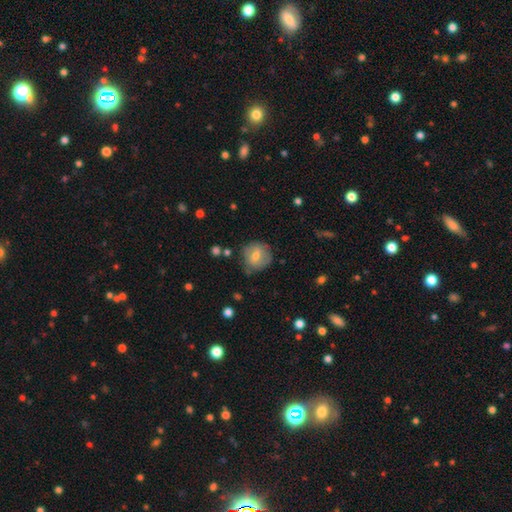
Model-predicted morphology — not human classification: smooth_or_featured: smooth (p=0.62) [alt: featured or disk p=0.29]
how_rounded: round (p=0.84) [alt: in between p=0.15]
merging: none (p=0.72) [alt: minor disturbance p=0.20]